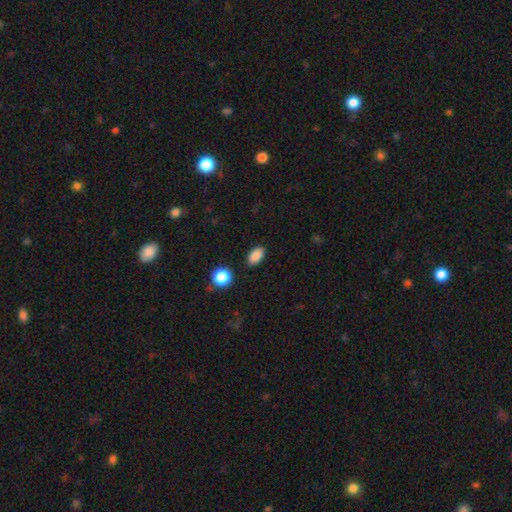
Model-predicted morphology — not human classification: Smooth or featured: smooth — 87% (star or artifact — 9%)
How rounded: in between — 89% (round — 8%)
Merging: none — 87% (minor disturbance — 9%)